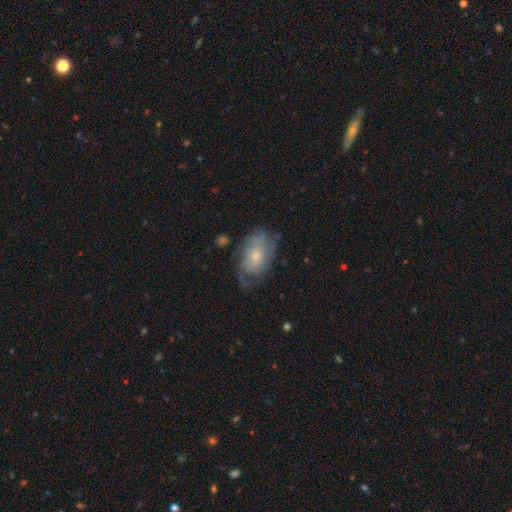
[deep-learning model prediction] smooth_or_featured: featured or disk (p=0.58) [alt: smooth p=0.35]
disk_edge_on: no (p=0.95) [alt: yes p=0.05]
bar: no (p=0.79) [alt: weak p=0.19]
has_spiral_arms: yes (p=0.73) [alt: no p=0.27]
bulge_size: small (p=0.59) [alt: moderate p=0.33]
merging: none (p=0.55) [alt: minor disturbance p=0.27]